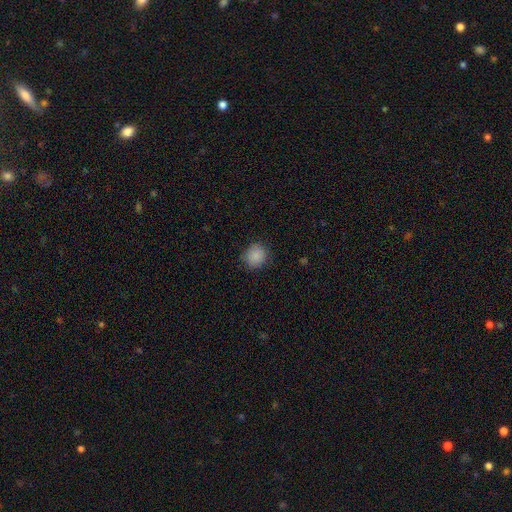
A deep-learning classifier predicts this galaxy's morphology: A smooth galaxy with no disk features (87%) that is round (85%). Merging: none (85%).